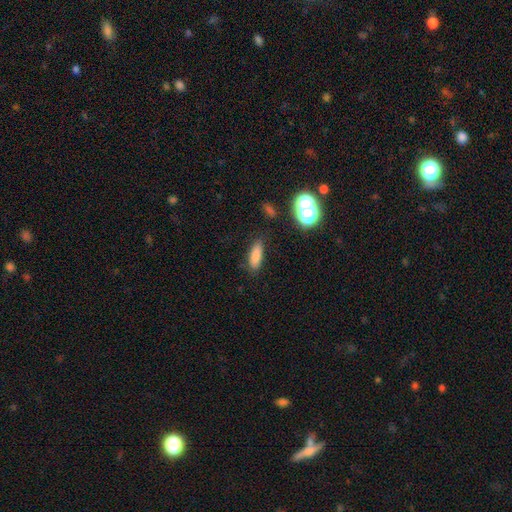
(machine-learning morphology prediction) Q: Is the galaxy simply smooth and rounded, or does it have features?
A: smooth — 79%.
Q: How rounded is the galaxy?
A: in between — 61%.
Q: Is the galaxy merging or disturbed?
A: none — 80%.